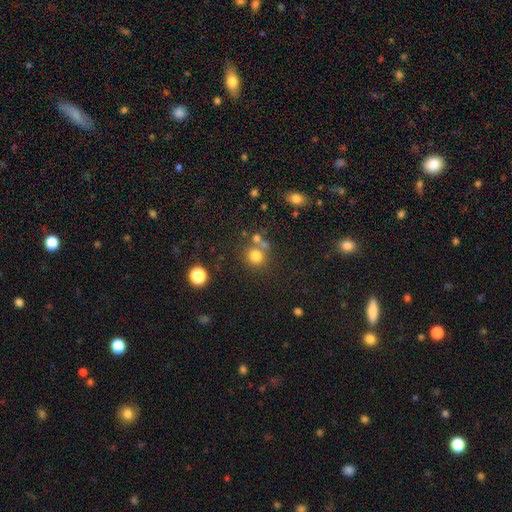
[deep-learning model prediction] smooth 76%, star or artifact 16%, featured or disk 8%. Down the decision tree: how rounded — round (86%); merging — none (64%).